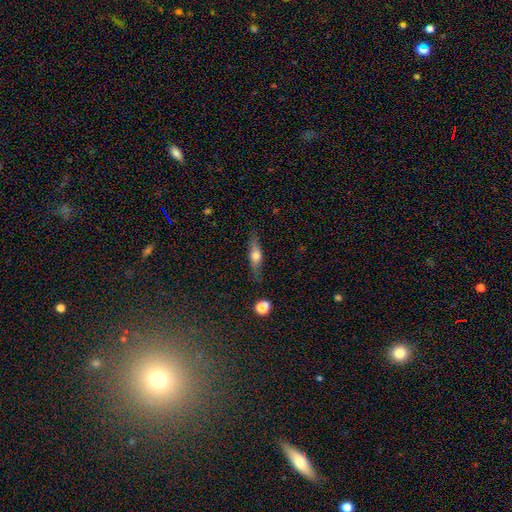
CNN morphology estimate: A smooth galaxy with no disk features (50%) that is cigar-shaped (61%). Merging: none (79%).